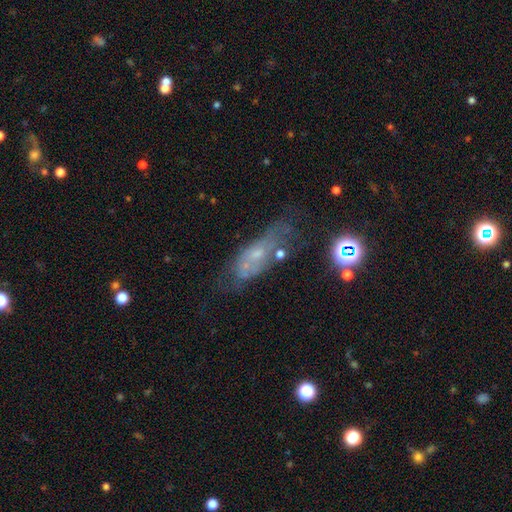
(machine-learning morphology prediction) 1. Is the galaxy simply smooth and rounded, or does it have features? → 48% featured or disk, 34% smooth, 18% star or artifact.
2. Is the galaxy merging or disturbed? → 44% none, 27% minor disturbance, 21% major disturbance, 8% merger.